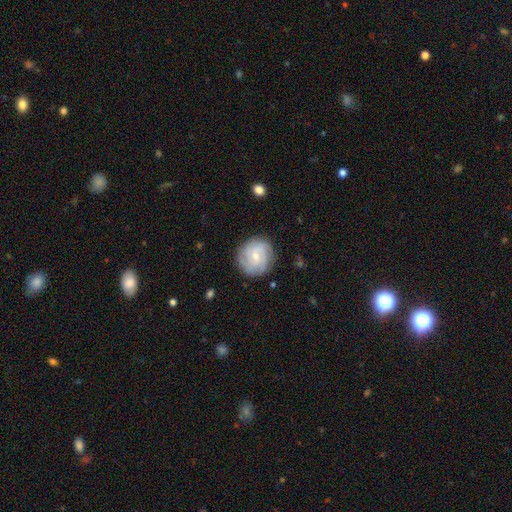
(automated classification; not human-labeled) Smooth or featured? Predicted: featured or disk (p=0.68). Edge-on disk? Predicted: no (p=0.98). Bar? Predicted: no (p=0.54). Spiral arms? Predicted: yes (p=0.91). Spiral winding? Predicted: tight (p=0.63). Spiral arm count? Predicted: can't tell (p=0.33). Bulge size? Predicted: small (p=0.58). Merging? Predicted: none (p=0.83).